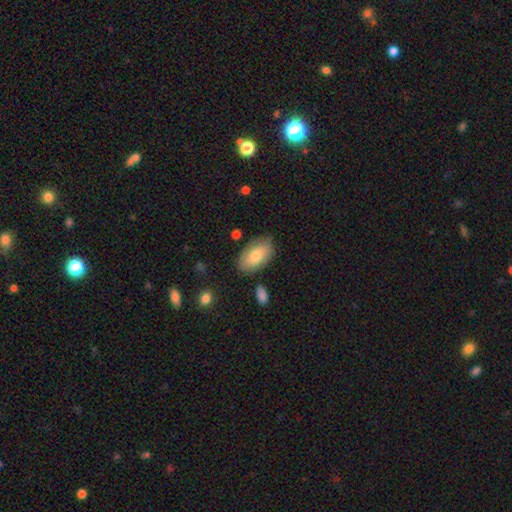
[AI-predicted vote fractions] This appears to be a smooth galaxy with no disk features (74%) that is in between round and cigar-shaped (94%). Merging: none (80%).